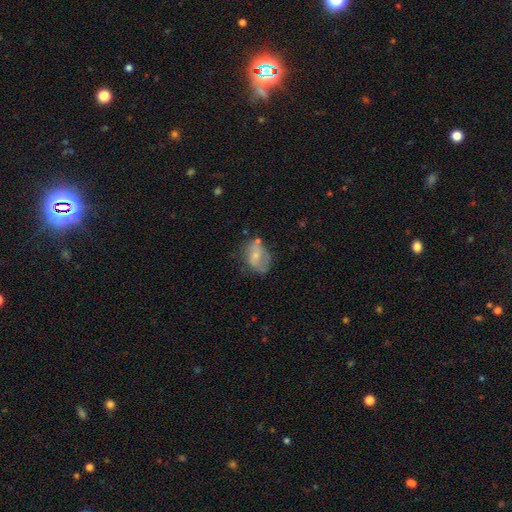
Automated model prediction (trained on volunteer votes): Smooth or featured? smooth (48%)
Merging? none (46%)